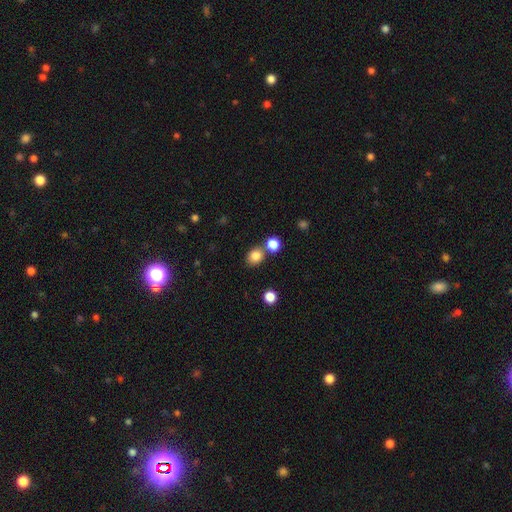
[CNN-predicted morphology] smooth 83%, star or artifact 12%, featured or disk 5%. Down the decision tree: how rounded — round (66%); merging — none (70%).